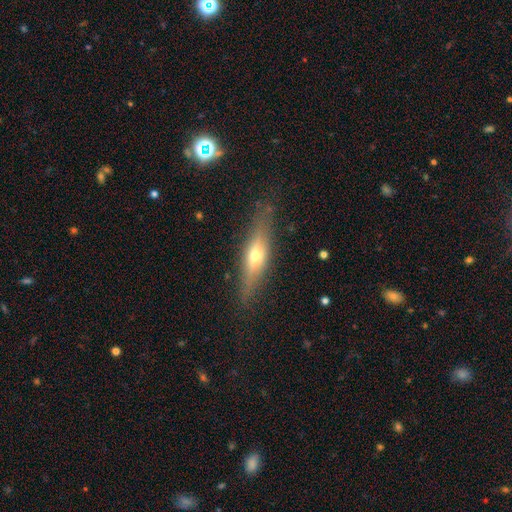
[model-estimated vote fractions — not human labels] A featured or disk galaxy (59%) viewed edge-on (90%) with a rounded central bulge (88%).

Vote fractions:
- Smooth or featured? featured or disk: 59% / smooth: 33% / star or artifact: 8%
- Edge-on disk? yes: 90% / no: 10%
- Edge-on bulge? rounded: 88% / none: 7% / boxy: 5%
- Merging? none: 84% / minor disturbance: 11% / major disturbance: 3% / merger: 1%